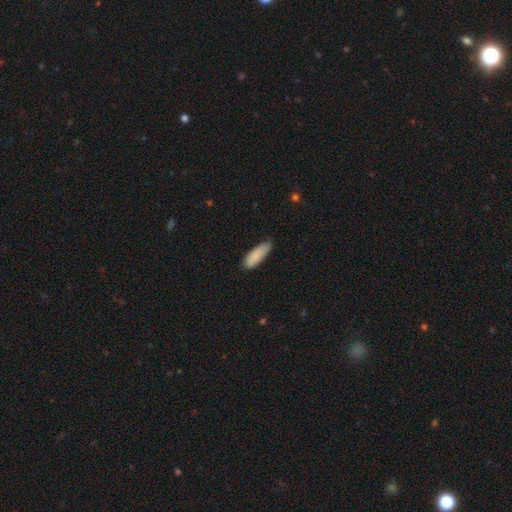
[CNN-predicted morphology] Smooth or featured?
  - smooth: 87% *
  - featured or disk: 7%
  - star or artifact: 6%
How rounded?
  - in between: 60% *
  - cigar-shaped: 39%
  - round: 2%
Merging?
  - none: 71% *
  - minor disturbance: 25%
  - major disturbance: 3%
  - merger: 1%